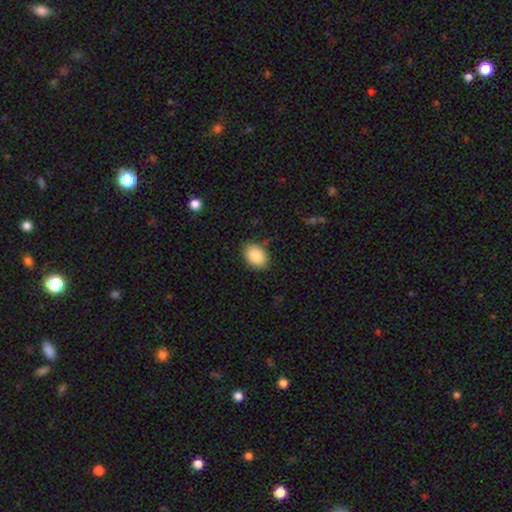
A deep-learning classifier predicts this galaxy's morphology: This appears to be a smooth galaxy with no disk features (85%) that is in between round and cigar-shaped (79%). Merging: none (83%).